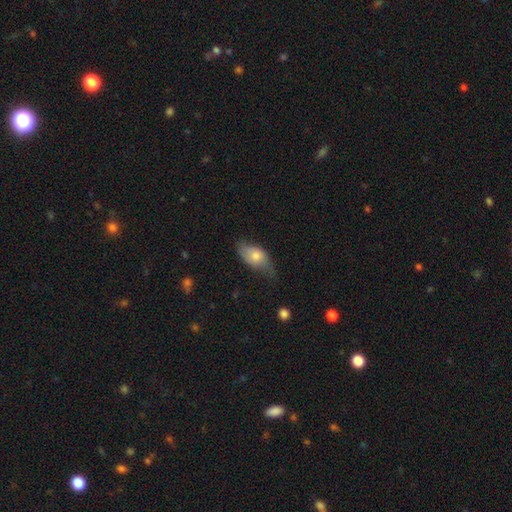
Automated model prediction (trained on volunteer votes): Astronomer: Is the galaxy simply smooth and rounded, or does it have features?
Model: smooth — 67%.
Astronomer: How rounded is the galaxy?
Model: in between — 89%.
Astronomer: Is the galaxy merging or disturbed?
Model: none — 44% (runner-up: minor disturbance, 40%).